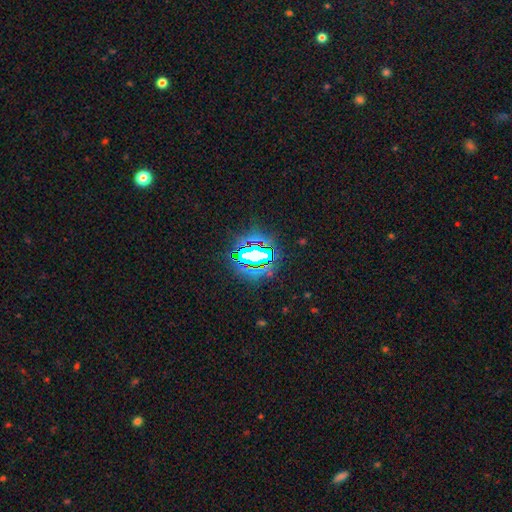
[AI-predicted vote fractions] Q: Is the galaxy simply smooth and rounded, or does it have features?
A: star or artifact — 71%.